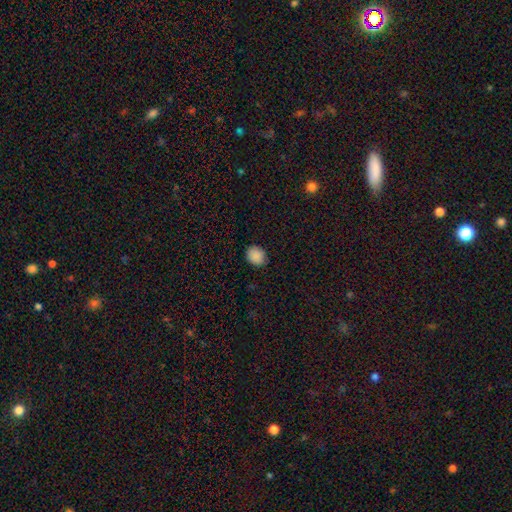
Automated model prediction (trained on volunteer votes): This appears to be a smooth galaxy with no disk features (89%) that is round (56%). Merging: none (86%).